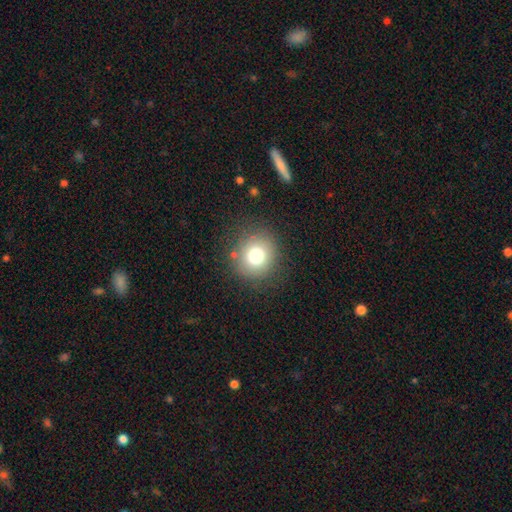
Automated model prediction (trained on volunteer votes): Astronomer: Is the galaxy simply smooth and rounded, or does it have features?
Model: smooth — 78%.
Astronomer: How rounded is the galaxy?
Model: round — 88%.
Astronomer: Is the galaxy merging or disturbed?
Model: none — 84%.